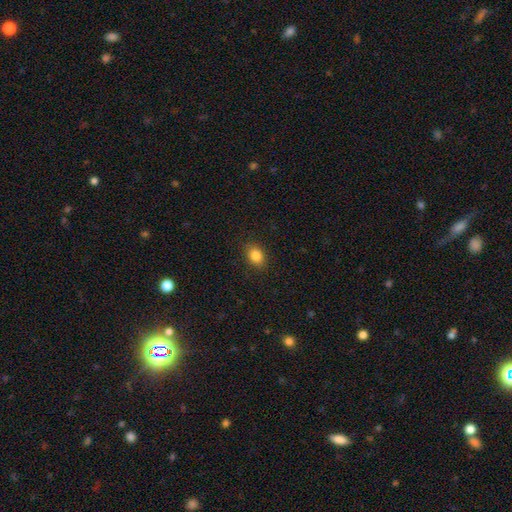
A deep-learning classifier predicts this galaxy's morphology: This appears to be a smooth galaxy with no disk features (85%) that is in between round and cigar-shaped (63%). Merging: none (88%).